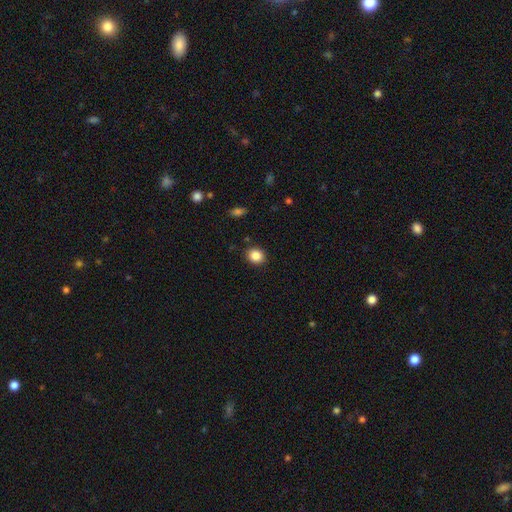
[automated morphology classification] Overall: smooth (86%). How rounded: round (74%). Merging: none (89%).